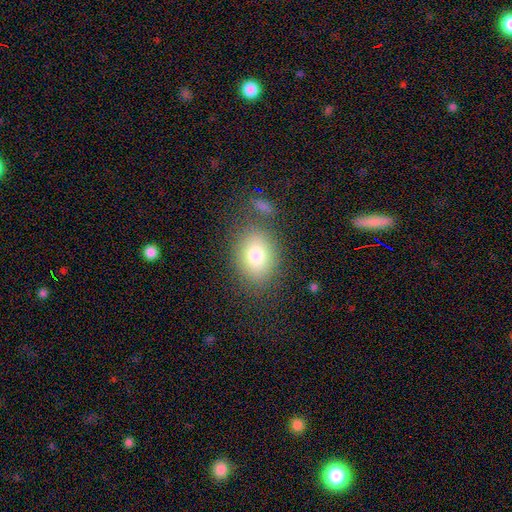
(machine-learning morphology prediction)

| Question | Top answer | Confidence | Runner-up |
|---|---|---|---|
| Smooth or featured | smooth | 79% | featured or disk (12%) |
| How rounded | in between | 70% | round (29%) |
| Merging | none | 76% | minor disturbance (13%) |